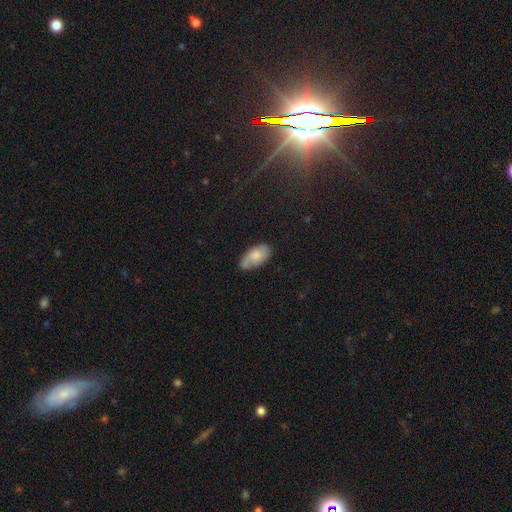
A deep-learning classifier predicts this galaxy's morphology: Overall: smooth (63%; featured or disk 30%). How rounded: in between (93%). Merging: none (65%; minor disturbance 27%).